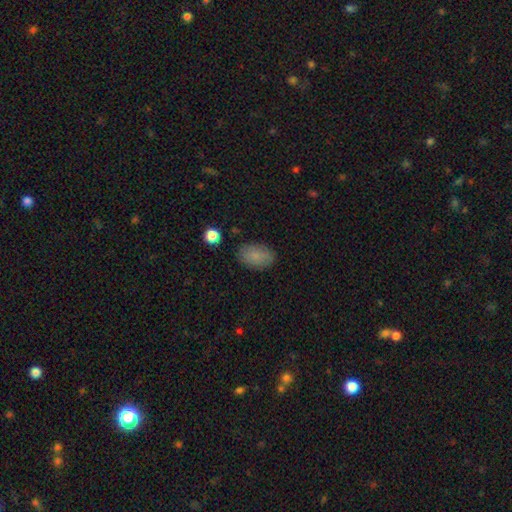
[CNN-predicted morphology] Smooth or featured?
  - smooth: 84% *
  - star or artifact: 9%
  - featured or disk: 8%
How rounded?
  - in between: 89% *
  - round: 10%
  - cigar-shaped: 1%
Merging?
  - none: 84% *
  - minor disturbance: 12%
  - major disturbance: 3%
  - merger: 2%